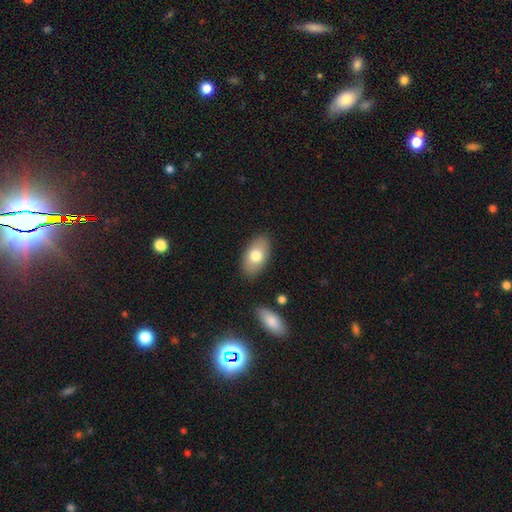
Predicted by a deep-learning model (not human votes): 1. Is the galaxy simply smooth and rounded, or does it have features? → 74% smooth, 19% featured or disk, 6% star or artifact.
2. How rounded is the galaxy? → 93% in between, 5% round, 2% cigar-shaped.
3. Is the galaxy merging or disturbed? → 85% none, 10% minor disturbance, 2% major disturbance, 2% merger.